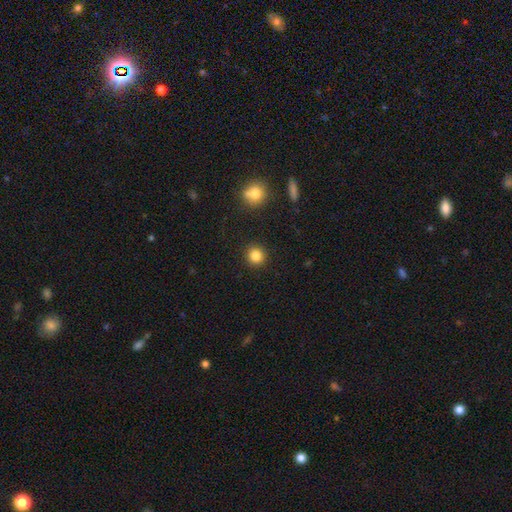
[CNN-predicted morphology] smooth-or-featured: smooth: 84% | star or artifact: 12% | featured or disk: 5%
  how-rounded: round: 92% | in between: 7% | cigar-shaped: 1%
  merging: none: 91% | minor disturbance: 5% | major disturbance: 2% | merger: 2%